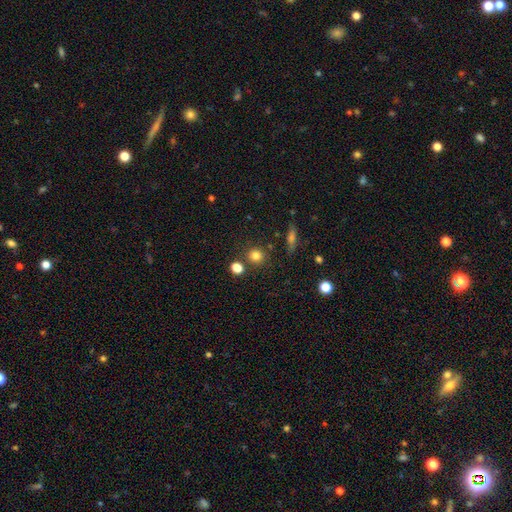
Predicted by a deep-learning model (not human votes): The model was most divided on "smooth or featured": smooth: 81%, star or artifact: 13%, featured or disk: 7%. More confident: how rounded — round (90%); merging — none (82%).